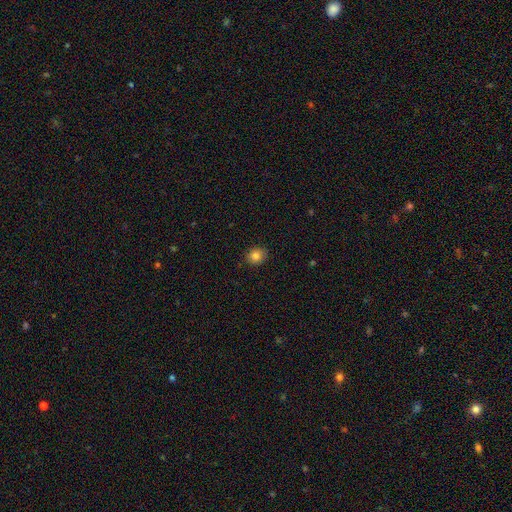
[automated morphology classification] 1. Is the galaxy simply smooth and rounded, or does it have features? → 84% smooth, 11% star or artifact, 6% featured or disk.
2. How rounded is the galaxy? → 70% round, 29% in between, 1% cigar-shaped.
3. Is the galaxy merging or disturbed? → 87% none, 10% minor disturbance, 2% major disturbance, 1% merger.